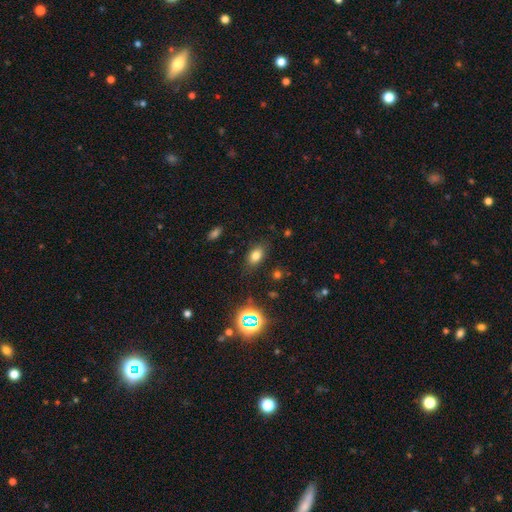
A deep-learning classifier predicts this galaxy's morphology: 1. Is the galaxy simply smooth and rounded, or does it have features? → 74% smooth, 16% star or artifact, 10% featured or disk.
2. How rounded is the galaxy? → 83% in between, 14% round, 3% cigar-shaped.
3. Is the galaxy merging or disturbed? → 83% none, 12% minor disturbance, 4% major disturbance, 2% merger.